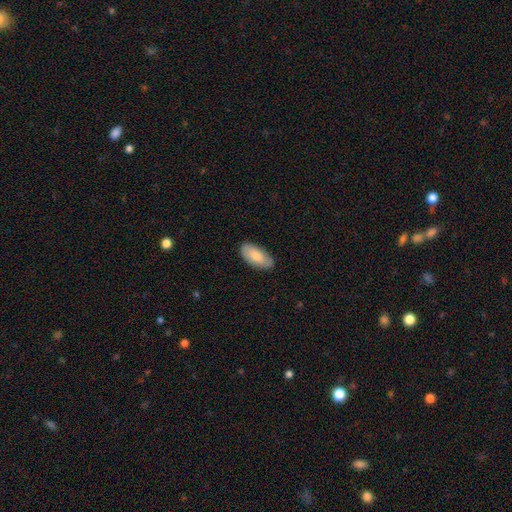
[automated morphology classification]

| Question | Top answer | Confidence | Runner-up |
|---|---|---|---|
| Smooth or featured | smooth | 81% | featured or disk (14%) |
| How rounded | in between | 94% | cigar-shaped (4%) |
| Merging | none | 85% | minor disturbance (12%) |